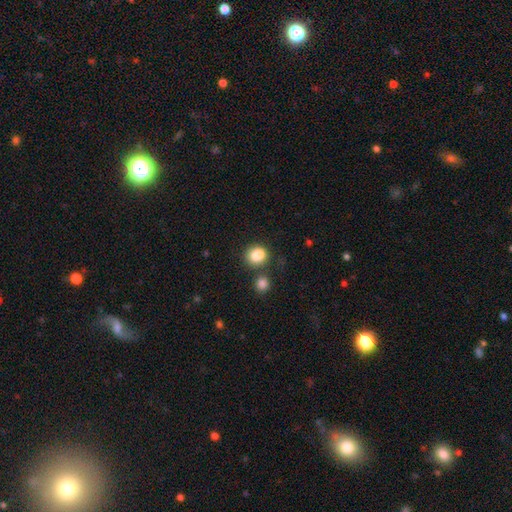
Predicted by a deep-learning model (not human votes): smooth 82%, star or artifact 10%, featured or disk 8%. Down the decision tree: how rounded — round (66%); merging — none (58%).